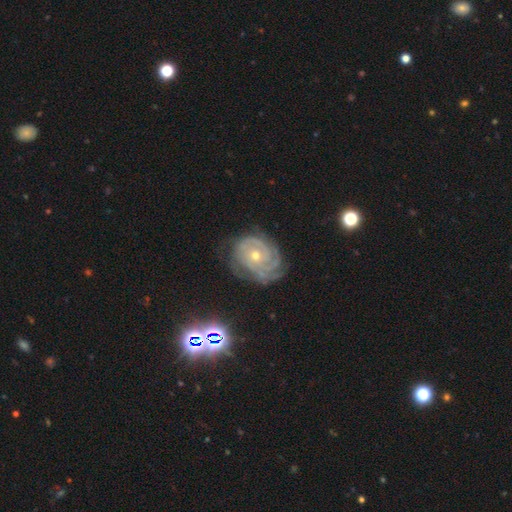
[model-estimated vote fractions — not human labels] This appears to be a featured or disk galaxy (85%) with no bar (78%), tight (77%) spiral arms (97%) and a small central bulge (58%). Merging: none (70%).